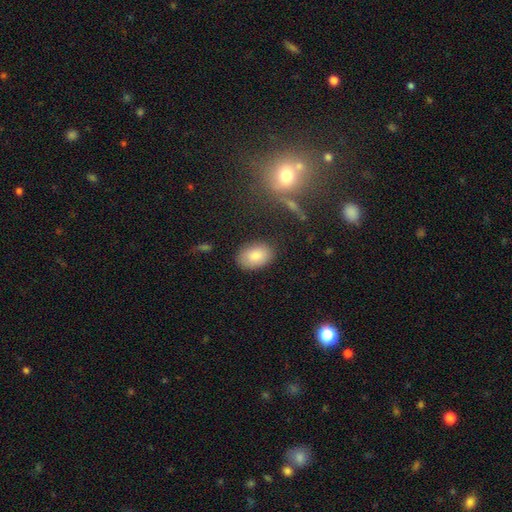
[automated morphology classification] Smooth or featured? Predicted: smooth (p=0.83). How rounded? Predicted: in between (p=0.85). Merging? Predicted: none (p=0.84).